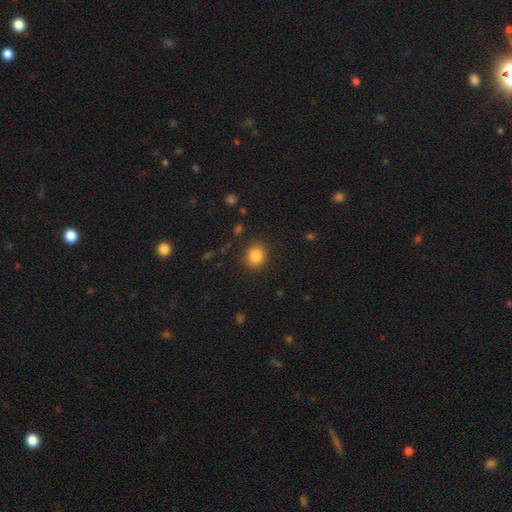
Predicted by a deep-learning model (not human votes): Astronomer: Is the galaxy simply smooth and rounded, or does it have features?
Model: smooth — 84%.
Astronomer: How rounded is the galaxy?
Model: round — 75%.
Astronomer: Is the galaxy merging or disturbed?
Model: none — 89%.